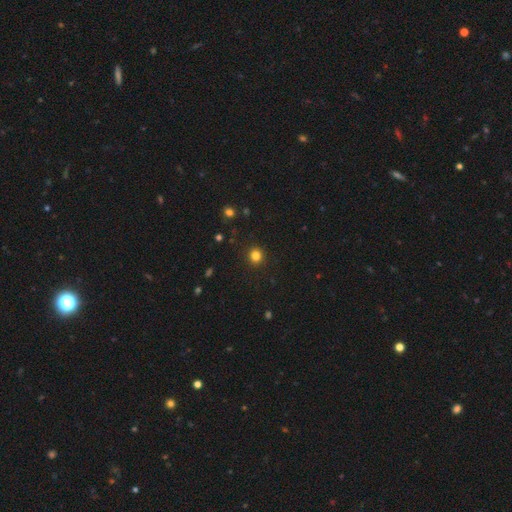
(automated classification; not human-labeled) The model was most divided on "smooth or featured": smooth: 82%, star or artifact: 14%, featured or disk: 4%. More confident: merging — none (92%); how rounded — round (92%).